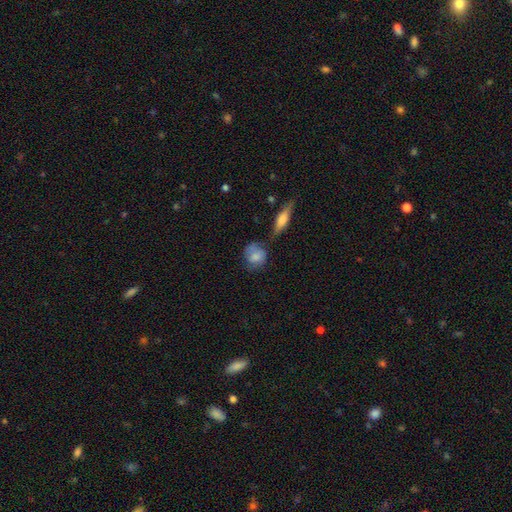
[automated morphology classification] Smooth or featured: smooth — 76% (featured or disk — 16%)
How rounded: round — 64% (in between — 34%)
Merging: none — 47% (minor disturbance — 27%)